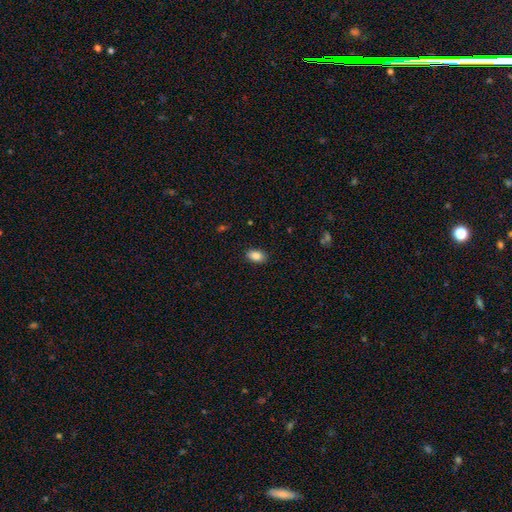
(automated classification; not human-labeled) Smooth or featured: smooth — 87% (star or artifact — 8%)
How rounded: in between — 89% (round — 10%)
Merging: none — 88% (minor disturbance — 9%)